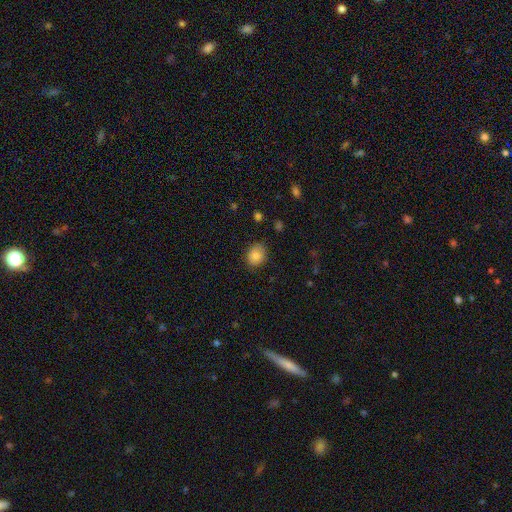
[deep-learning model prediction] smooth-or-featured: smooth: 85% | star or artifact: 9% | featured or disk: 7%
  how-rounded: in between: 50% | round: 49% | cigar-shaped: 1%
  merging: none: 80% | minor disturbance: 16% | major disturbance: 3% | merger: 1%